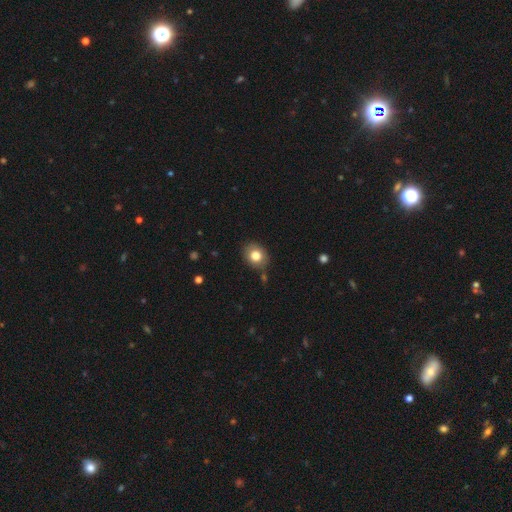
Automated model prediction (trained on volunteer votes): Smooth or featured?
  - smooth: 80% *
  - featured or disk: 11%
  - star or artifact: 9%
How rounded?
  - round: 53% *
  - in between: 46%
  - cigar-shaped: 1%
Merging?
  - none: 81% *
  - minor disturbance: 12%
  - merger: 3%
  - major disturbance: 3%